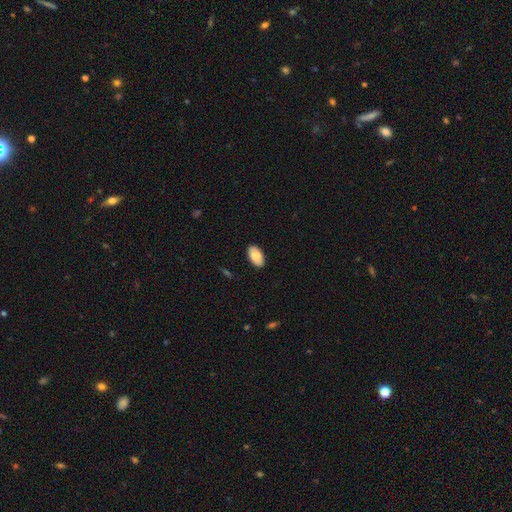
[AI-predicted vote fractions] Smooth or featured? smooth (78%)
How rounded? in between (95%)
Merging? none (89%)